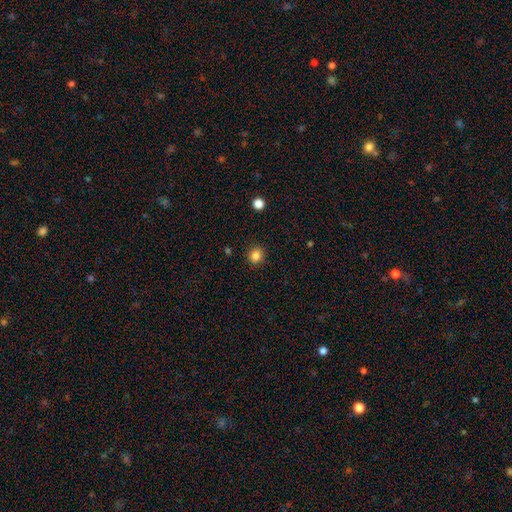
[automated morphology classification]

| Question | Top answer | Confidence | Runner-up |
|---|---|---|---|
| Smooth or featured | smooth | 84% | star or artifact (12%) |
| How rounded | round | 86% | in between (13%) |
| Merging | none | 91% | minor disturbance (6%) |